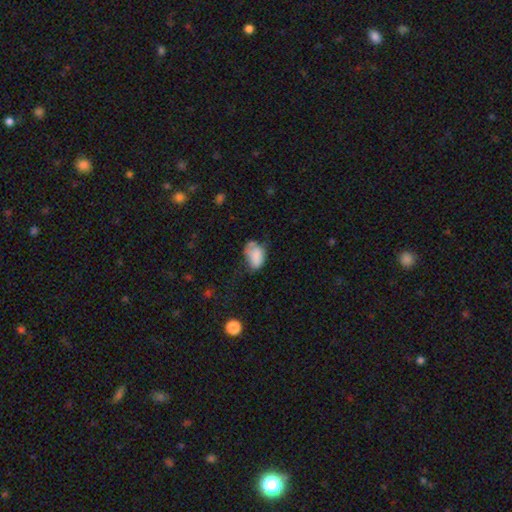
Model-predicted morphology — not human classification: smooth-or-featured: smooth: 76% | featured or disk: 14% | star or artifact: 10%
  how-rounded: in between: 85% | round: 14% | cigar-shaped: 1%
  merging: minor disturbance: 33% | none: 32% | major disturbance: 24% | merger: 10%